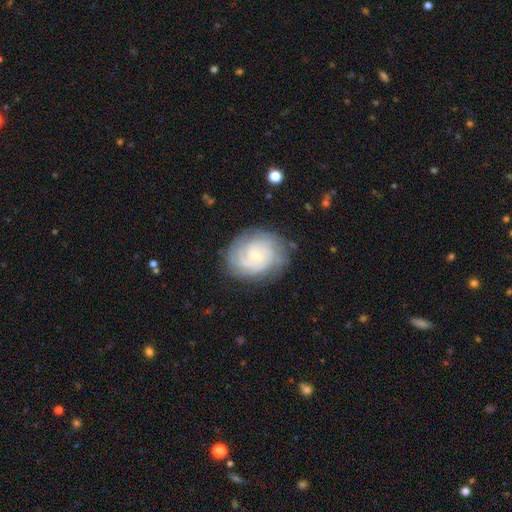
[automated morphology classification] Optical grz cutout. It shows a featured or disk galaxy (76%) with no bar (70%), tight (74%) spiral arms (94%) and a small central bulge (73%). Merging: none (80%).